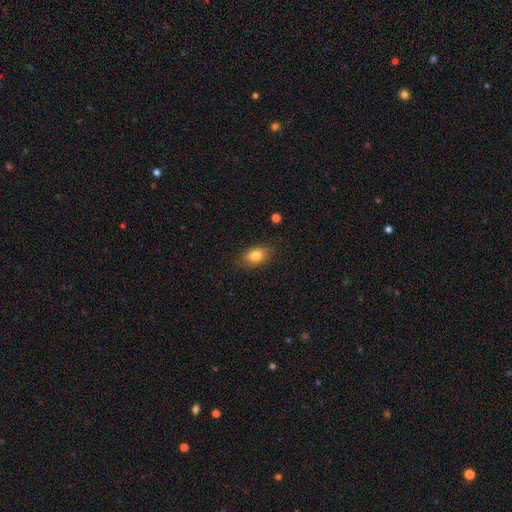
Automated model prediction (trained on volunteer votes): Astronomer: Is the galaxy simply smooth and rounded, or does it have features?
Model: smooth — 79%.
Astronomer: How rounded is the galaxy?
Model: in between — 83%.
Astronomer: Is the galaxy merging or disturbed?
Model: none — 83%.